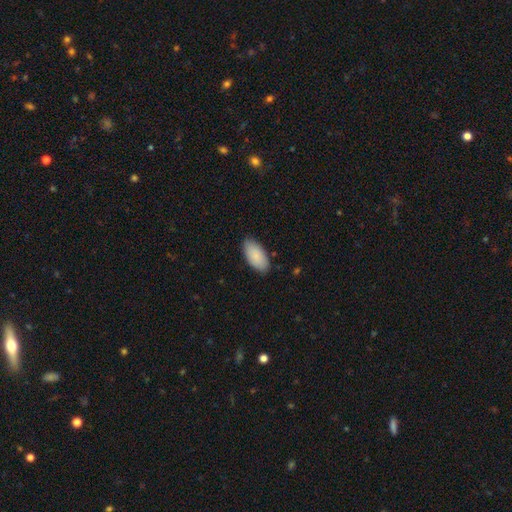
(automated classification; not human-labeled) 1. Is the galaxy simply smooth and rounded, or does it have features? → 88% smooth, 6% featured or disk, 6% star or artifact.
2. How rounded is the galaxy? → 95% in between, 4% cigar-shaped, 2% round.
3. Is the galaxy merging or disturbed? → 85% none, 12% minor disturbance, 2% major disturbance, 1% merger.